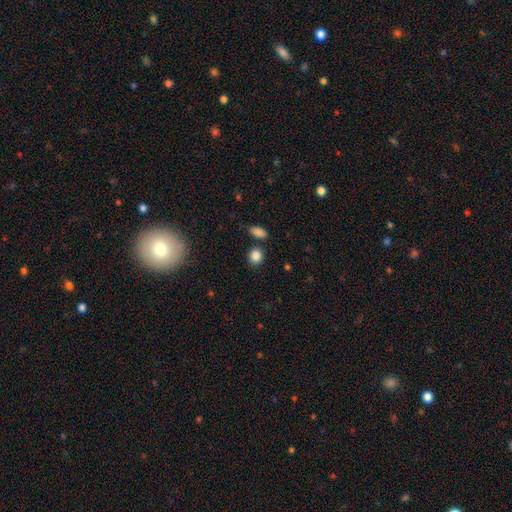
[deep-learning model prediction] This is clearly a smooth galaxy (85%). How rounded: likely round (75%). Merging: likely none (79%).